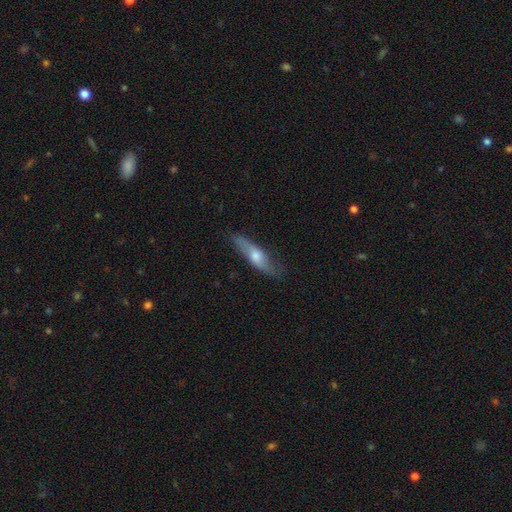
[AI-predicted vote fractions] Overall: featured or disk (55%; smooth 39%). Edge-on disk: yes (58%; no 42%). Merging: none (76%).